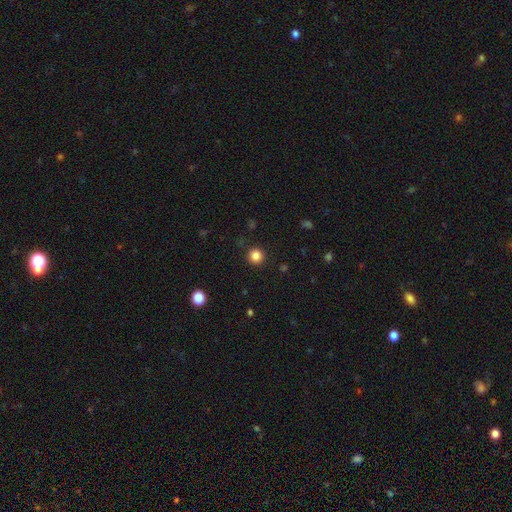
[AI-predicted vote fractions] Morphology: type=smooth (84%); roundness=round (94%); merging=none (92%).